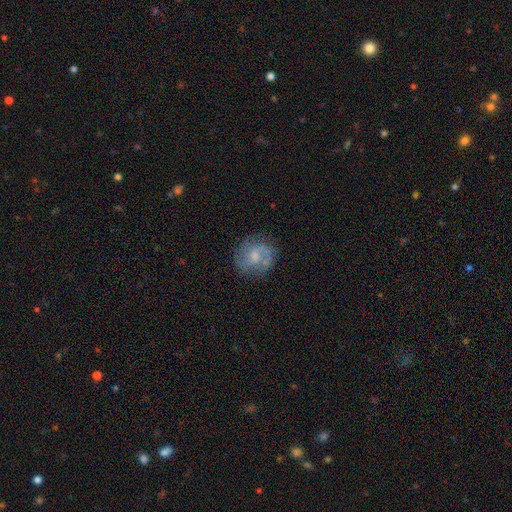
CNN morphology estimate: Smooth or featured? Predicted: featured or disk (p=0.61). Edge-on disk? Predicted: no (p=0.98). Bar? Predicted: no (p=0.58). Spiral arms? Predicted: yes (p=0.85). Spiral winding? Predicted: medium (p=0.46). Spiral arm count? Predicted: 2 (p=0.60). Bulge size? Predicted: small (p=0.44). Merging? Predicted: none (p=0.72).